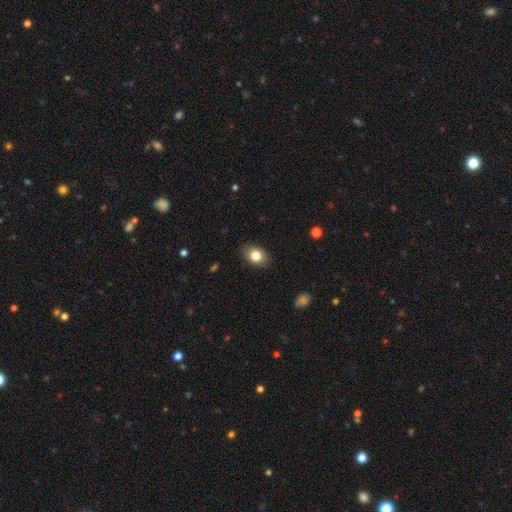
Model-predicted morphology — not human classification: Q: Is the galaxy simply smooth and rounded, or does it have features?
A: smooth — 82%.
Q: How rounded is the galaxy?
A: in between — 72%.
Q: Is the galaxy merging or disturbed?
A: none — 86%.